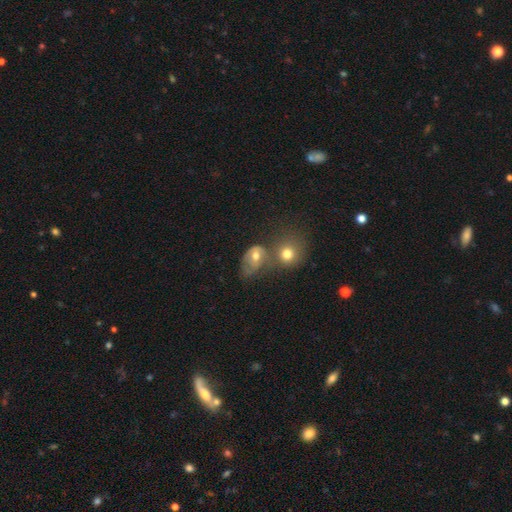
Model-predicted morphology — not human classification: smooth_or_featured: smooth (p=0.62) [alt: featured or disk p=0.27]
how_rounded: in between (p=0.61) [alt: round p=0.37]
merging: merger (p=0.43) [alt: none p=0.23]